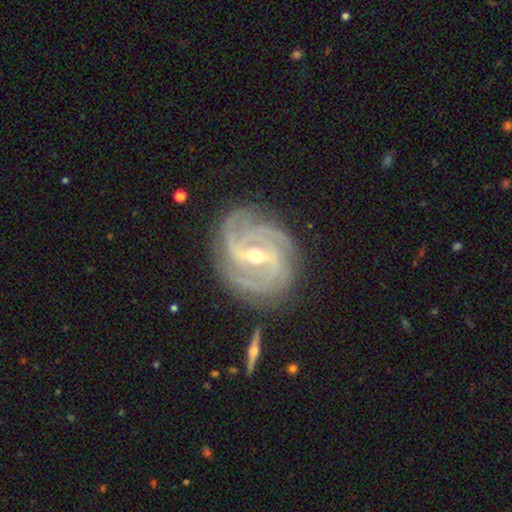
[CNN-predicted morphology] type=featured or disk (92%); edge-on=no (97%); bar=strong (49%); spiral arms=yes (98%); winding=tight (60%); arm count=3 (37%); bulge=moderate (49%); merging=none (78%).